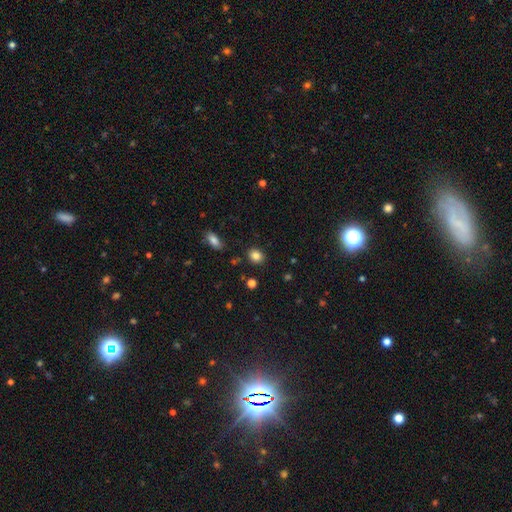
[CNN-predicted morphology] Overall: smooth (84%). How rounded: round (59%; in between 40%). Merging: none (86%).